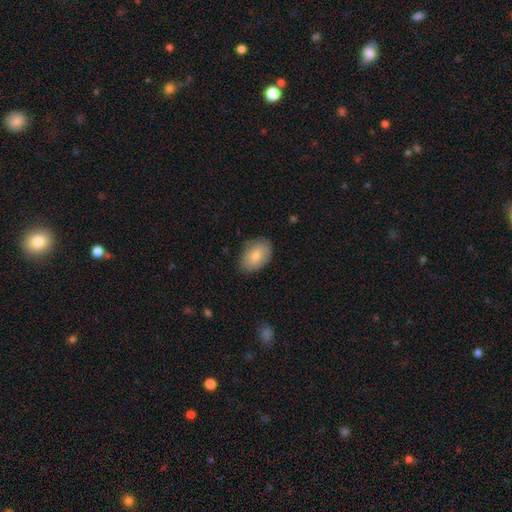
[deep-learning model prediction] A smooth galaxy with no disk features (76%) that is in between round and cigar-shaped (84%). Merging: none (81%).